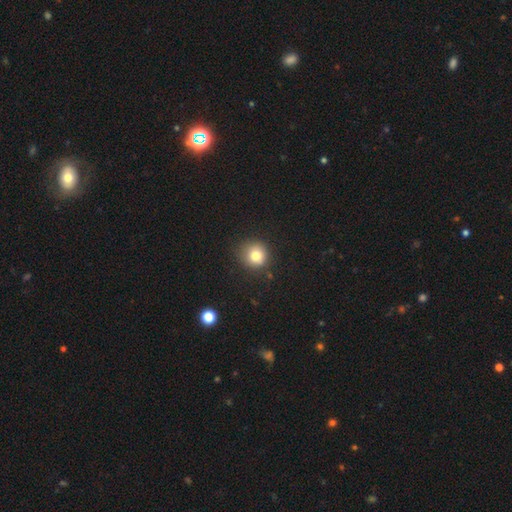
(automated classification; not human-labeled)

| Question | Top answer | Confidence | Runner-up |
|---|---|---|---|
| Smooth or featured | smooth | 79% | star or artifact (12%) |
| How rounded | round | 89% | in between (10%) |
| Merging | none | 81% | minor disturbance (13%) |